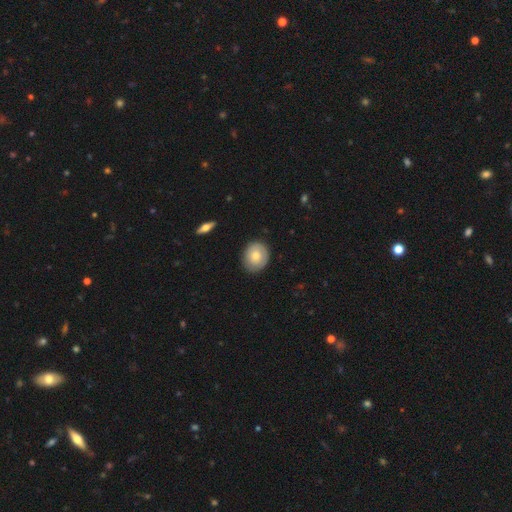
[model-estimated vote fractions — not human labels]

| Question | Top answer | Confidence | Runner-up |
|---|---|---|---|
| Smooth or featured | smooth | 68% | featured or disk (26%) |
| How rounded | round | 64% | in between (35%) |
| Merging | none | 83% | minor disturbance (14%) |